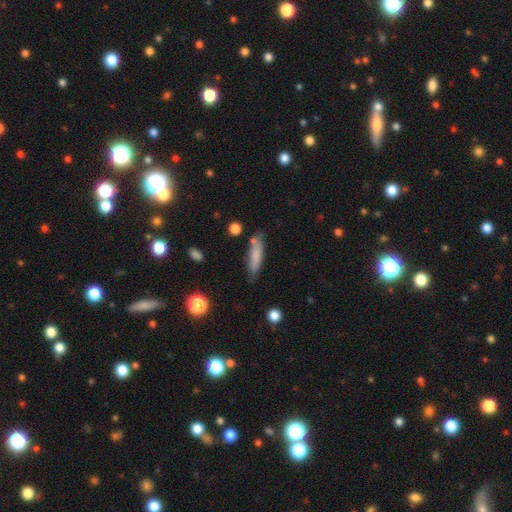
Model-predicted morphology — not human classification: type=smooth (79%); roundness=cigar-shaped (68%); merging=none (70%).